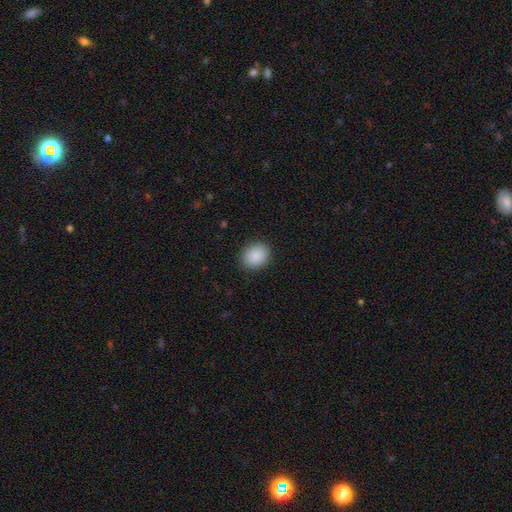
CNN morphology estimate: This appears to be a smooth galaxy with no disk features (90%) that is round (55%). Merging: none (89%).